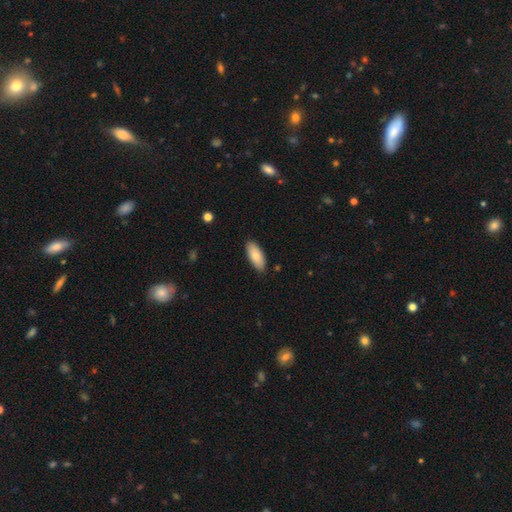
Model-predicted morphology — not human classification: smooth-or-featured: smooth: 79% | featured or disk: 14% | star or artifact: 6%
  how-rounded: in between: 86% | cigar-shaped: 12% | round: 2%
  merging: none: 88% | minor disturbance: 9% | major disturbance: 2% | merger: 1%